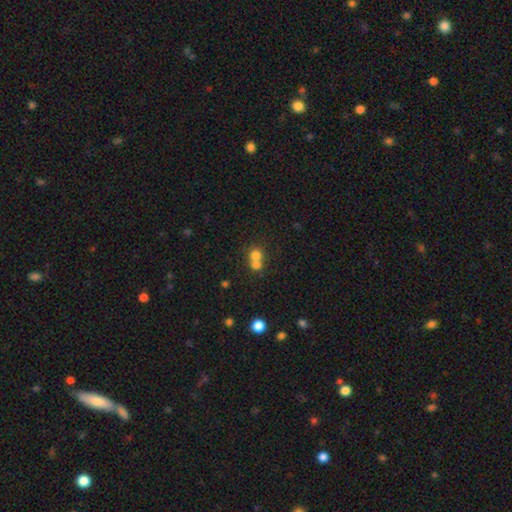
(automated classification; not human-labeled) The model was most divided on "merging": merger: 62%, none: 31%, minor disturbance: 4%, major disturbance: 2%. More confident: how rounded — round (83%); smooth or featured — smooth (72%).